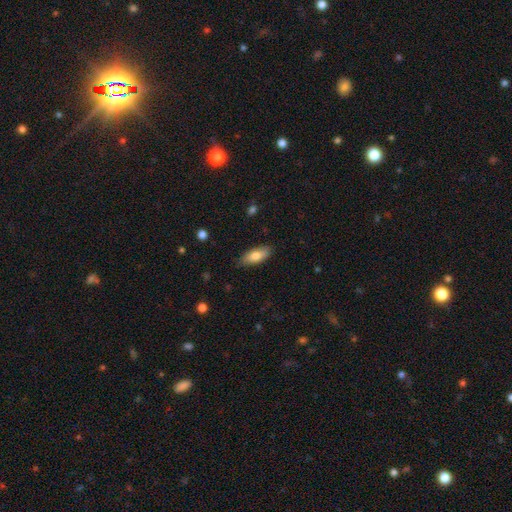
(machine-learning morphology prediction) Smooth or featured?
  - smooth: 79% *
  - featured or disk: 15%
  - star or artifact: 6%
How rounded?
  - in between: 80% *
  - cigar-shaped: 18%
  - round: 2%
Merging?
  - none: 83% *
  - minor disturbance: 13%
  - major disturbance: 2%
  - merger: 1%